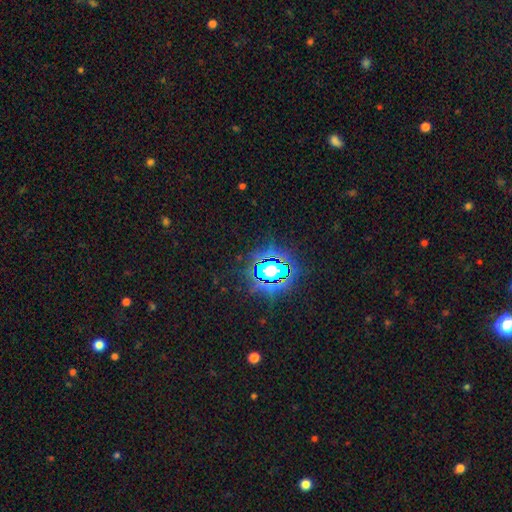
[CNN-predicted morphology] Smooth or featured? Predicted: star or artifact (p=0.85).